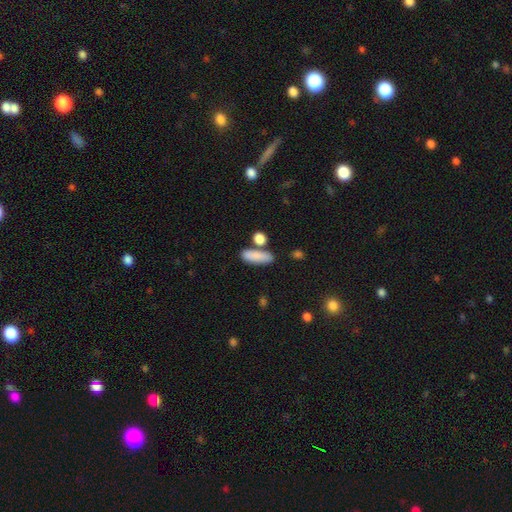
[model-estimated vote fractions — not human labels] This appears to be a smooth galaxy with no disk features (86%) that is in between round and cigar-shaped (59%). Merging: none (69%).